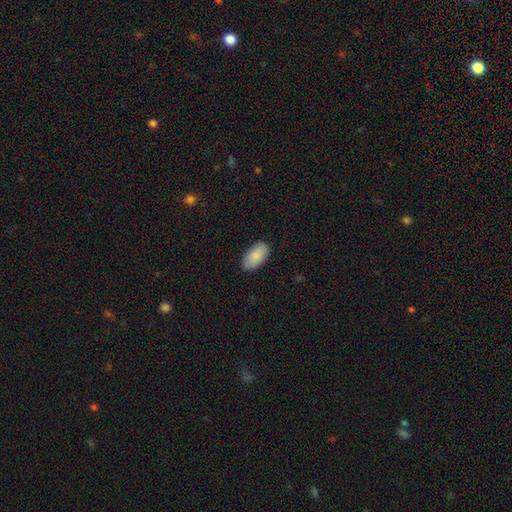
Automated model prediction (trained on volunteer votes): Smooth or featured?
  - smooth: 88% *
  - featured or disk: 7%
  - star or artifact: 6%
How rounded?
  - in between: 95% *
  - cigar-shaped: 2%
  - round: 2%
Merging?
  - none: 87% *
  - minor disturbance: 10%
  - major disturbance: 2%
  - merger: 1%